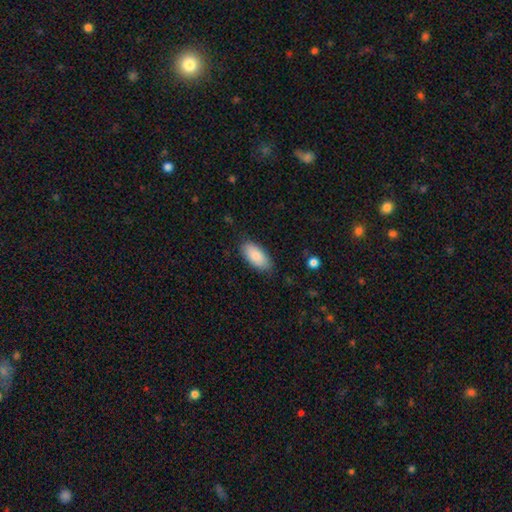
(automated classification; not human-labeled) smooth_or_featured: smooth (p=0.85) [alt: featured or disk p=0.09]
how_rounded: in between (p=0.92) [alt: cigar-shaped p=0.06]
merging: none (p=0.82) [alt: minor disturbance p=0.14]